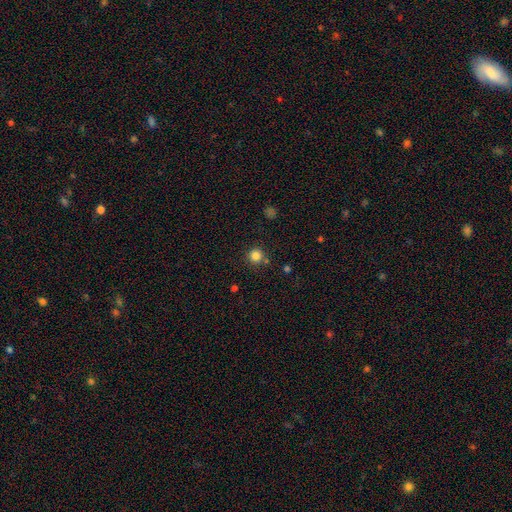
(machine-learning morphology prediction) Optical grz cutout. It shows a smooth galaxy with no disk features (83%) that is round (95%). Merging: none (83%).